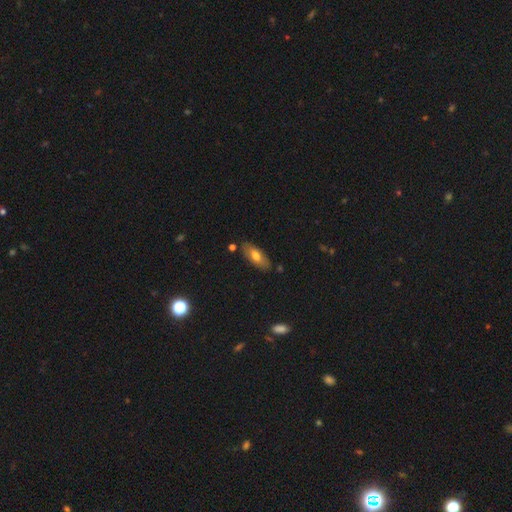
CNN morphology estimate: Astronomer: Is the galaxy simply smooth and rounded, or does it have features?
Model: smooth — 65%.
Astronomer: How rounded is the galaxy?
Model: in between — 81%.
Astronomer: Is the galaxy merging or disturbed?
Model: none — 81%.